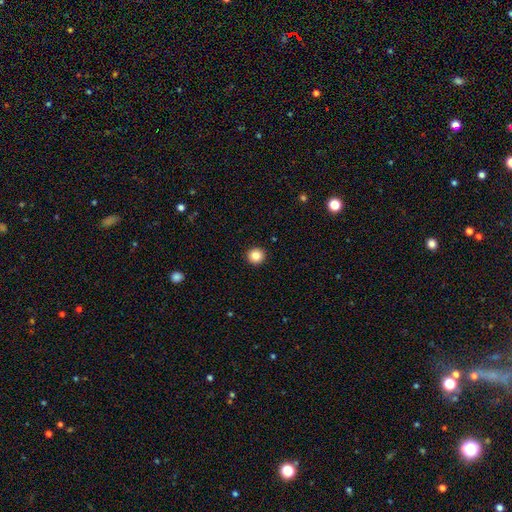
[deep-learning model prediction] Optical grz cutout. It shows a smooth galaxy with no disk features (85%) that is round (96%). Merging: none (94%).